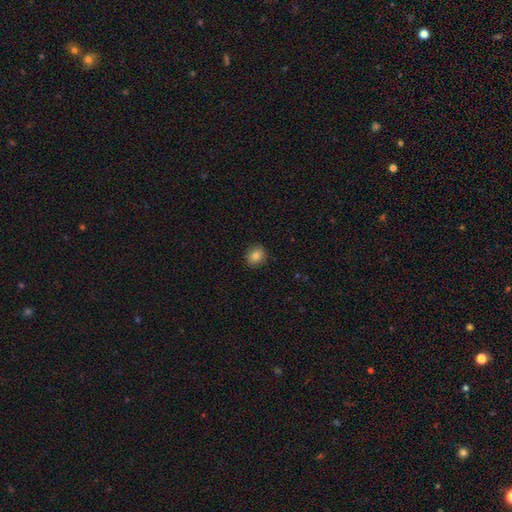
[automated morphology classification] A smooth galaxy with no disk features (82%) that is round (72%).

Vote fractions:
- Smooth or featured? smooth: 82% / star or artifact: 10% / featured or disk: 7%
- How rounded? round: 72% / in between: 27% / cigar-shaped: 1%
- Merging? none: 88% / minor disturbance: 9% / major disturbance: 2% / merger: 1%